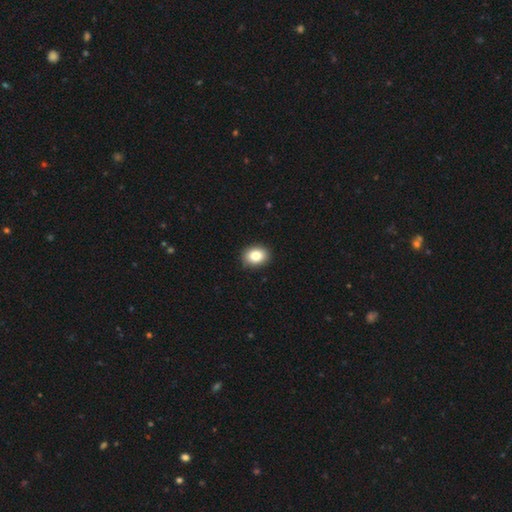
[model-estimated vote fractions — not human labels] This is clearly a smooth galaxy (83%). How rounded: possibly in between (59%). Merging: clearly none (90%).